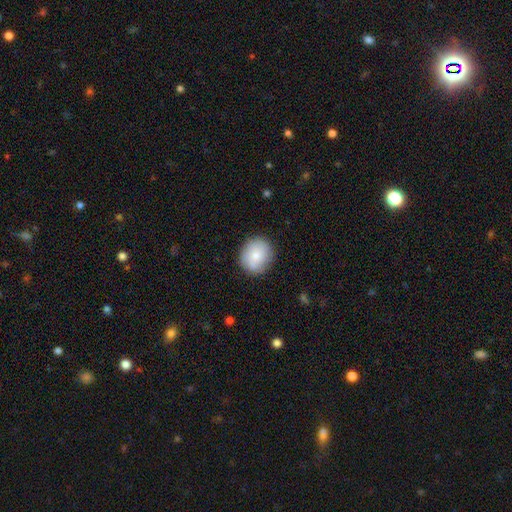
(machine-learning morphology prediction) This is likely a smooth galaxy (73%). How rounded: likely round (76%). Merging: clearly none (82%).